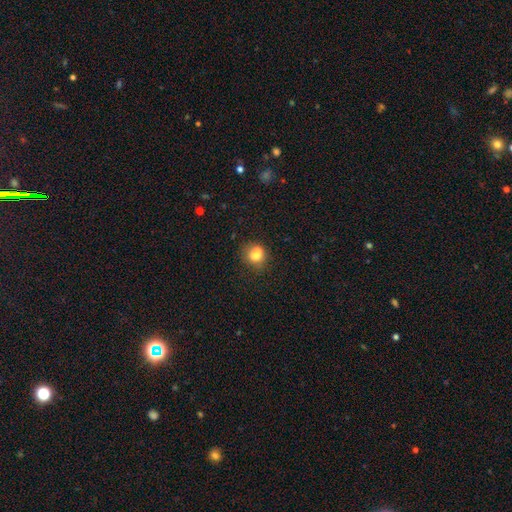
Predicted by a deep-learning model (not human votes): Smooth or featured: smooth — 70% (featured or disk — 18%)
How rounded: round — 76% (in between — 23%)
Merging: merger — 45% (none — 42%)